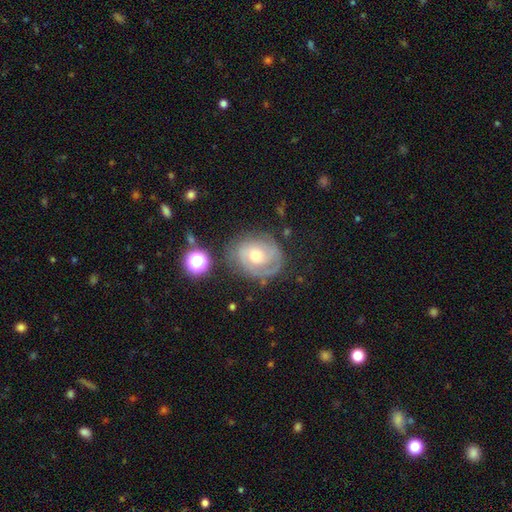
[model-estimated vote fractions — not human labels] Smooth or featured?
  - featured or disk: 72% *
  - smooth: 19%
  - star or artifact: 8%
Edge-on disk?
  - no: 97% *
  - yes: 3%
Bar?
  - no: 69% *
  - weak: 26%
  - strong: 5%
Spiral arms?
  - yes: 87% *
  - no: 13%
Spiral winding?
  - tight: 62% *
  - medium: 29%
  - loose: 9%
Spiral arm count?
  - 2: 41% *
  - can't tell: 30%
  - 1: 13%
  - 3: 11%
  - 4: 3%
  - more than 4: 3%
Bulge size?
  - moderate: 61% *
  - small: 33%
  - large: 4%
  - none: 1%
  - dominant: 1%
Merging?
  - none: 67% *
  - minor disturbance: 20%
  - major disturbance: 9%
  - merger: 3%